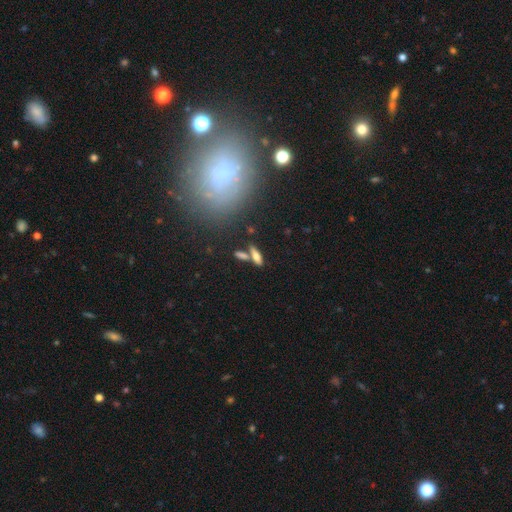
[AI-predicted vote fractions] Smooth or featured?
  - smooth: 64% *
  - featured or disk: 26%
  - star or artifact: 11%
How rounded?
  - cigar-shaped: 52% *
  - in between: 43%
  - round: 5%
Merging?
  - none: 58% *
  - merger: 25%
  - minor disturbance: 12%
  - major disturbance: 5%